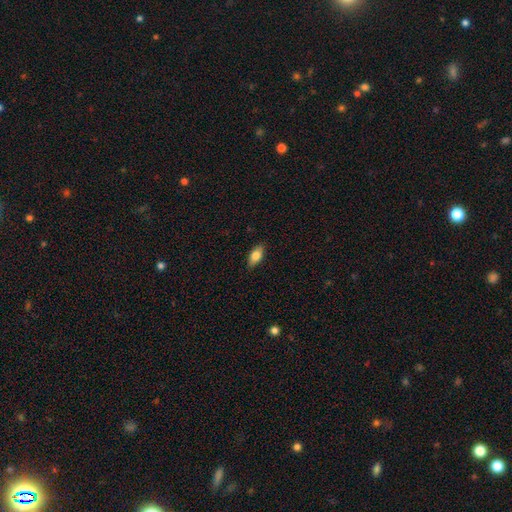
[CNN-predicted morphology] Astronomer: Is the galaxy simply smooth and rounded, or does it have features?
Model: smooth — 81%.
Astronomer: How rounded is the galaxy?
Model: in between — 88%.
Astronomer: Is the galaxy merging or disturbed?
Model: none — 87%.